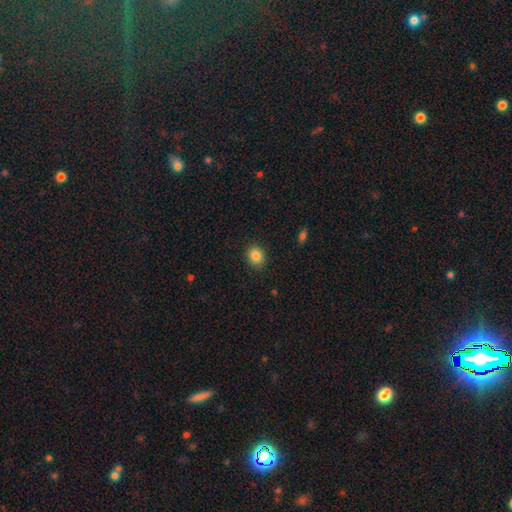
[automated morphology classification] Smooth or featured? Predicted: smooth (p=0.85). How rounded? Predicted: round (p=0.65). Merging? Predicted: none (p=0.89).